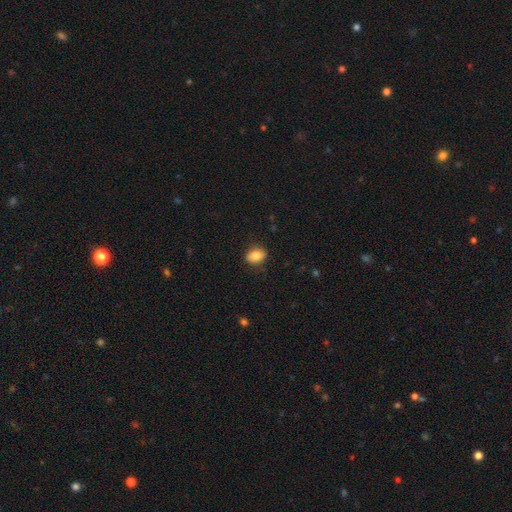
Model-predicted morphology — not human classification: Smooth or featured: smooth — 84% (star or artifact — 8%)
How rounded: in between — 79% (round — 19%)
Merging: none — 84% (minor disturbance — 12%)